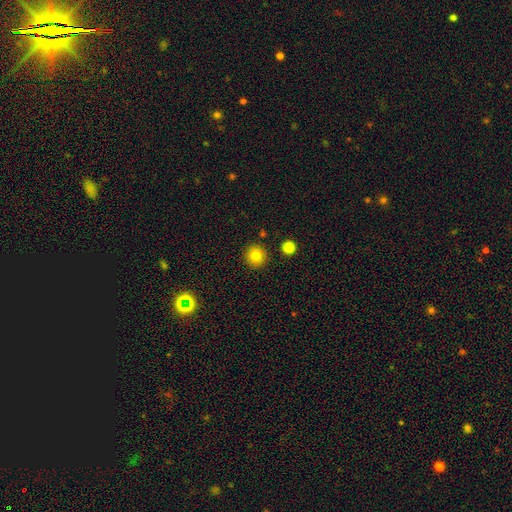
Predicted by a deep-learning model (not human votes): smooth-or-featured: smooth: 81% | star or artifact: 12% | featured or disk: 7%
  how-rounded: round: 95% | in between: 4% | cigar-shaped: 1%
  merging: none: 91% | minor disturbance: 5% | merger: 2% | major disturbance: 2%